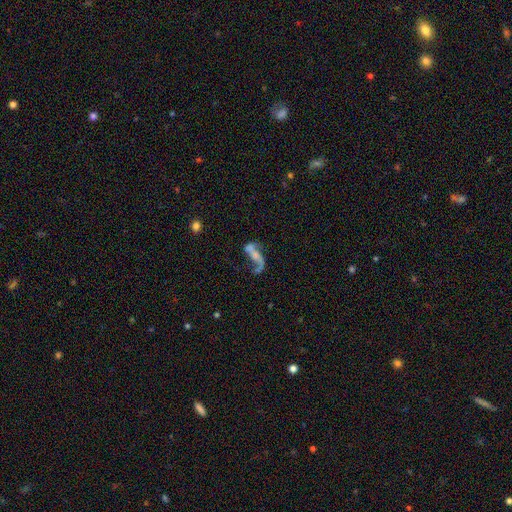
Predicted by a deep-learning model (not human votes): Overall: featured or disk (74%). Edge-on disk: no (93%). Bar: no (53%; weak 29%). Spiral arms: yes (79%). Spiral arm count: 2 (75%). Spiral winding: loose (85%). Bulge size: small (37%; none 34%). Merging: none (35%; major disturbance 31%).